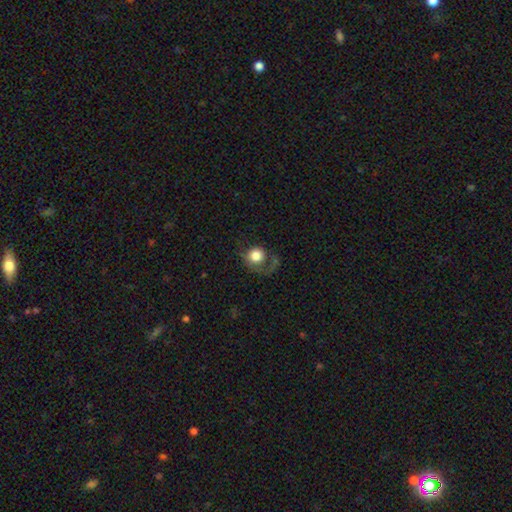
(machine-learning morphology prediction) smooth 71%, featured or disk 20%, star or artifact 9%. Down the decision tree: how rounded — round (84%); merging — major disturbance (38%).